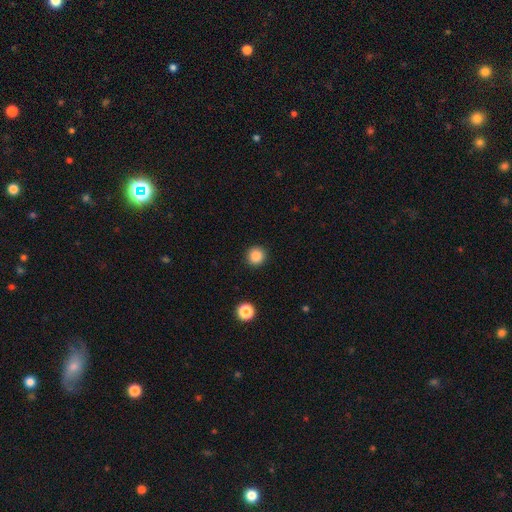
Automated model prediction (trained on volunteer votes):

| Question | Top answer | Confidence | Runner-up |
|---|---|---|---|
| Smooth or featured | smooth | 86% | star or artifact (11%) |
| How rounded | round | 94% | in between (5%) |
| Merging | none | 92% | minor disturbance (5%) |